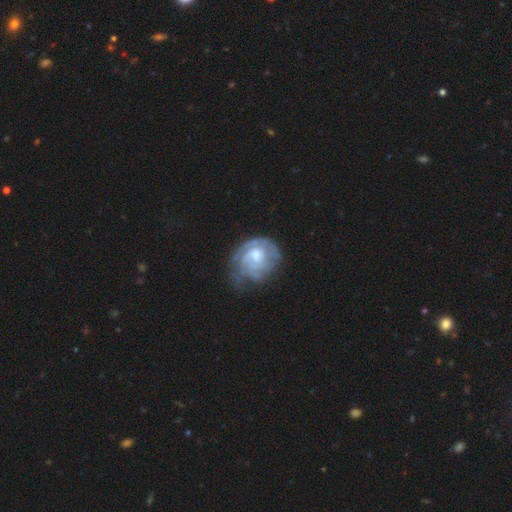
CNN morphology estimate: Overall: featured or disk (76%). Edge-on disk: no (98%). Bar: no (68%; weak 28%). Spiral arms: yes (86%). Spiral arm count: can't tell (50%; 2 18%). Spiral winding: tight (66%). Bulge size: moderate (54%; small 32%). Merging: none (50%; minor disturbance 29%).